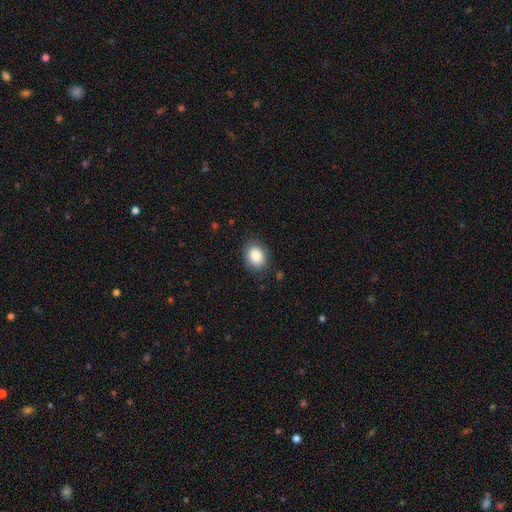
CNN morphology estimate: Q: Smooth or featured?
A: smooth (86%); runner-up: star or artifact (8%)
Q: How rounded?
A: in between (63%); runner-up: round (36%)
Q: Merging?
A: none (83%); runner-up: minor disturbance (13%)